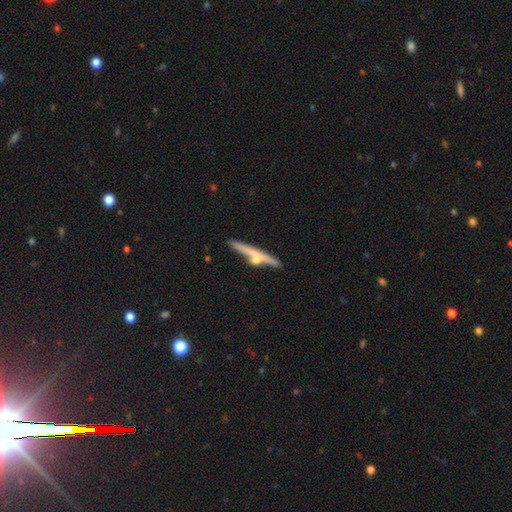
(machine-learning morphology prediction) The model was most divided on "smooth or featured": featured or disk: 53%, smooth: 41%, star or artifact: 6%. More confident: edge-on disk — yes (93%); merging — none (67%).